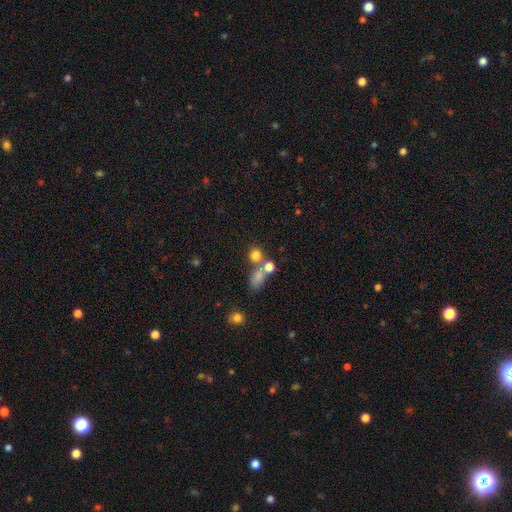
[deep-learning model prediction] A smooth galaxy with no disk features (75%) that is round (82%). Merging: none (52%).